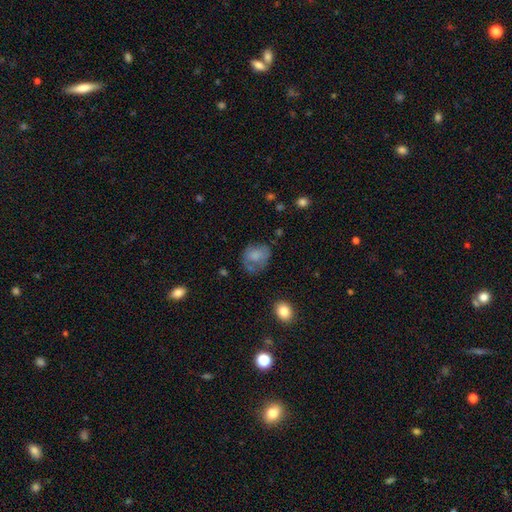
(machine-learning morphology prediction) This is likely a smooth galaxy (65%). How rounded: possibly round (52%). Merging: possibly none (45%).